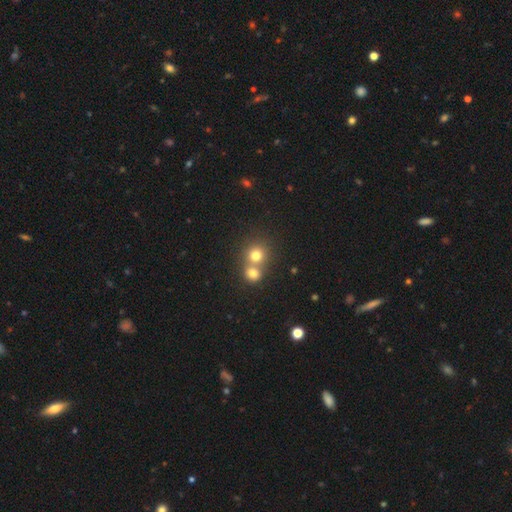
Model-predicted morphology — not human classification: smooth_or_featured: smooth (p=0.76) [alt: star or artifact p=0.14]
how_rounded: round (p=0.86) [alt: in between p=0.13]
merging: merger (p=0.51) [alt: none p=0.42]